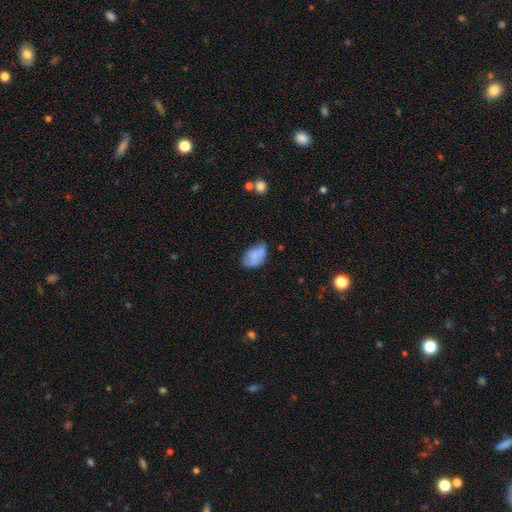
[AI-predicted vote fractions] This appears to be a smooth galaxy with no disk features (77%) that is in between round and cigar-shaped (90%). Merging: none (52%).